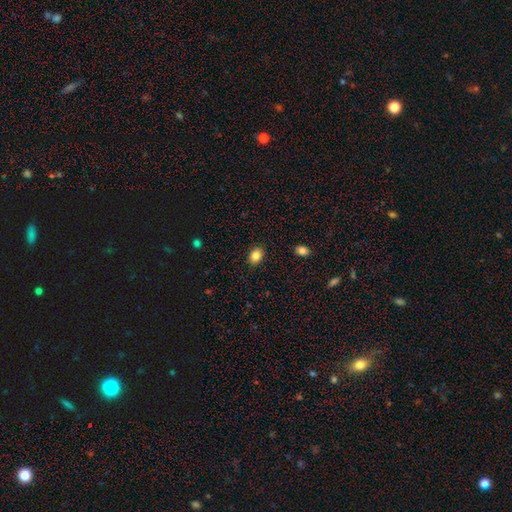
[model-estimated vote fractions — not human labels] smooth-or-featured: smooth: 85% | star or artifact: 10% | featured or disk: 5%
  how-rounded: in between: 63% | round: 36% | cigar-shaped: 1%
  merging: none: 89% | minor disturbance: 8% | major disturbance: 2% | merger: 1%